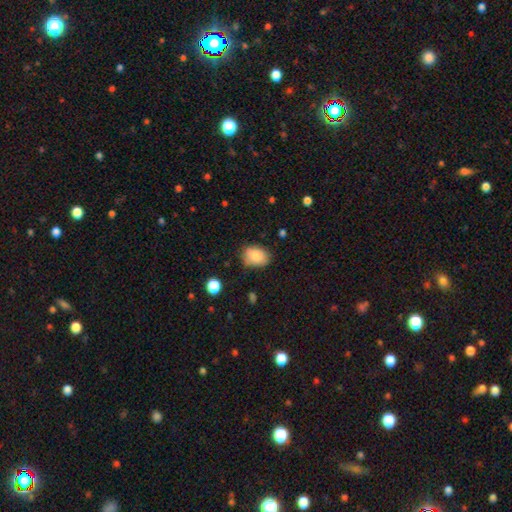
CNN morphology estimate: The model was most divided on "how rounded": in between: 71%, round: 28%, cigar-shaped: 1%. More confident: smooth or featured — smooth (85%); merging — none (72%).